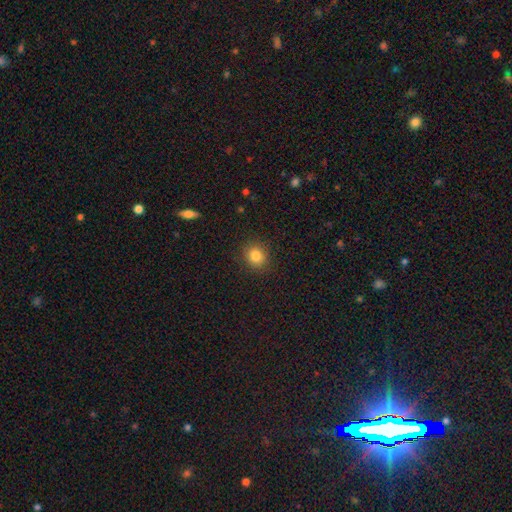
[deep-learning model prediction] Smooth or featured?
  - smooth: 83% *
  - star or artifact: 11%
  - featured or disk: 6%
How rounded?
  - round: 81% *
  - in between: 18%
  - cigar-shaped: 1%
Merging?
  - none: 89% *
  - minor disturbance: 7%
  - major disturbance: 2%
  - merger: 1%